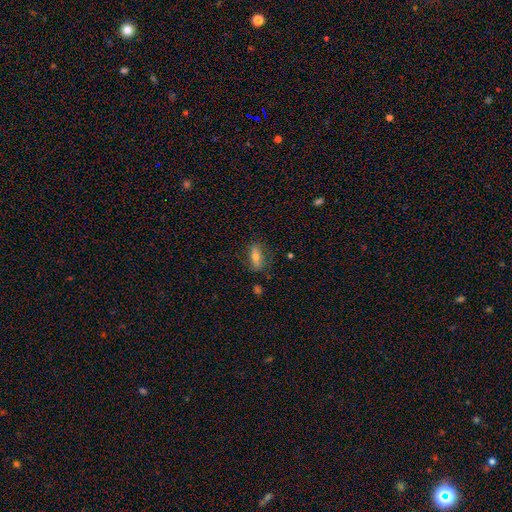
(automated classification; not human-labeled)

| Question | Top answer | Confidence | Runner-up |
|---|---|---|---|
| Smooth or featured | smooth | 63% | featured or disk (29%) |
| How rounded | in between | 69% | cigar-shaped (26%) |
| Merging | none | 76% | minor disturbance (17%) |